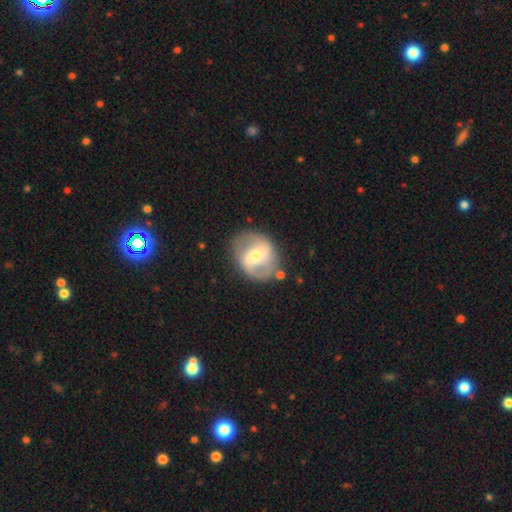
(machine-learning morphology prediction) Smooth or featured: featured or disk — 74% (smooth — 20%)
Edge-on disk: no — 96% (yes — 4%)
Bar: weak — 40% (strong — 38%)
Spiral arms: yes — 79% (no — 21%)
Spiral winding: medium — 46% (loose — 34%)
Spiral arm count: 2 — 87% (can't tell — 7%)
Bulge size: moderate — 54% (small — 40%)
Merging: none — 76% (minor disturbance — 14%)